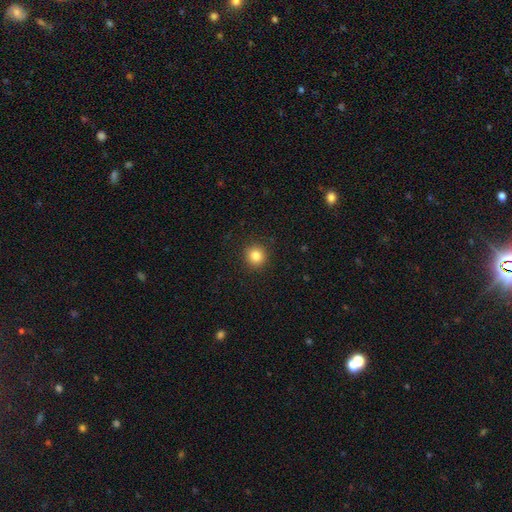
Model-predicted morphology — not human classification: smooth_or_featured: smooth (p=0.84) [alt: star or artifact p=0.11]
how_rounded: round (p=0.93) [alt: in between p=0.06]
merging: none (p=0.92) [alt: minor disturbance p=0.05]